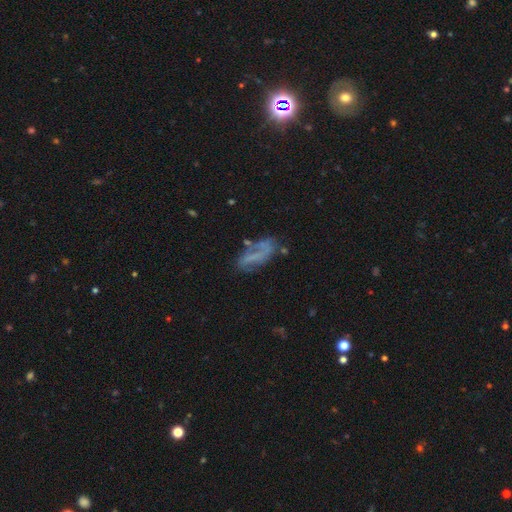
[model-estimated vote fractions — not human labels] Smooth or featured: featured or disk — 55% (smooth — 33%)
Edge-on disk: no — 91% (yes — 9%)
Merging: none — 48% (minor disturbance — 24%)